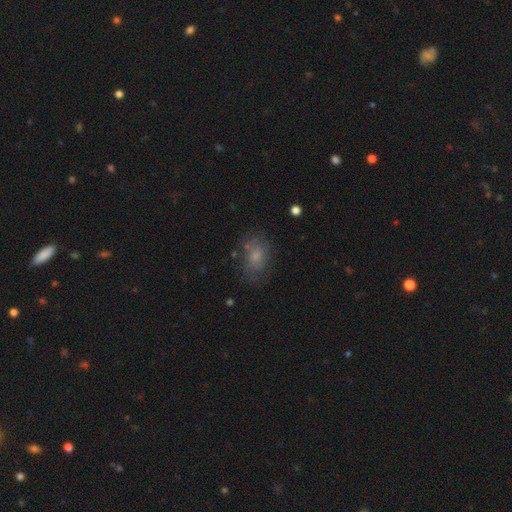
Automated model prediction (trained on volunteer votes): Smooth or featured: smooth — 61% (featured or disk — 27%)
How rounded: in between — 74% (round — 24%)
Merging: none — 62% (minor disturbance — 22%)